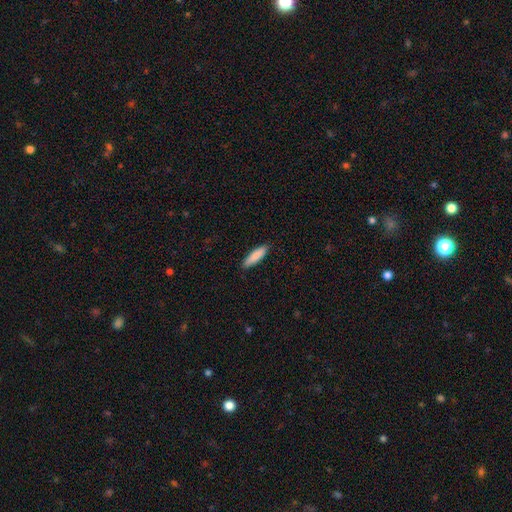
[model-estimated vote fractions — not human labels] smooth 85%, featured or disk 9%, star or artifact 5%. Down the decision tree: how rounded — cigar-shaped (64%); merging — none (88%).